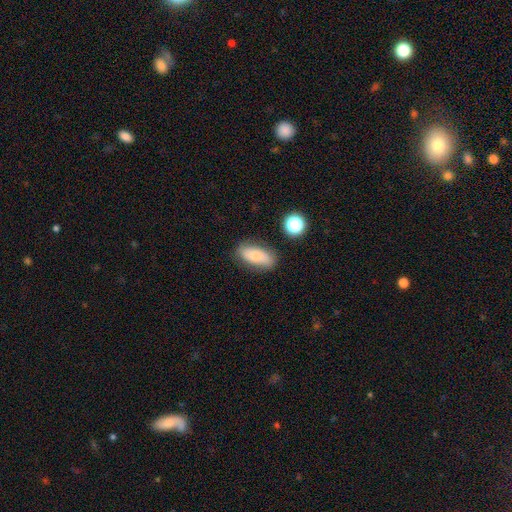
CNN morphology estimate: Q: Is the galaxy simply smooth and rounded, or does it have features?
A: smooth — 73%.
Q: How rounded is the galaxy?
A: in between — 81%.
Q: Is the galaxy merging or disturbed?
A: none — 78%.